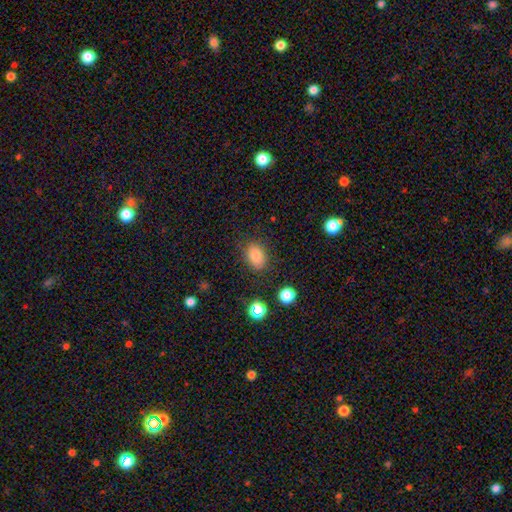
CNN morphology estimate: smooth-or-featured: smooth: 81% | star or artifact: 11% | featured or disk: 8%
  how-rounded: in between: 73% | round: 26% | cigar-shaped: 1%
  merging: none: 83% | minor disturbance: 12% | major disturbance: 3% | merger: 2%